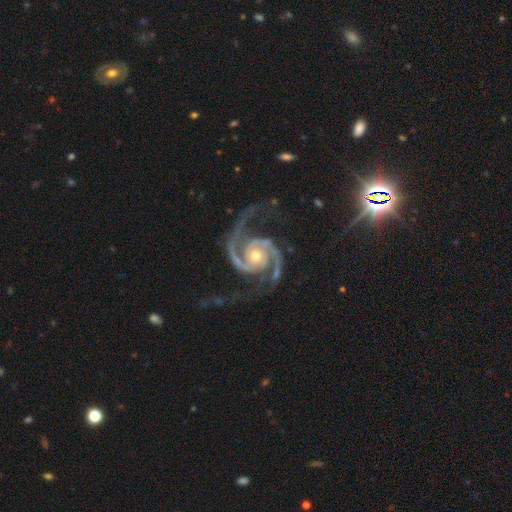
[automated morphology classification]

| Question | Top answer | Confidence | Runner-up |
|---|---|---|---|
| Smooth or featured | featured or disk | 95% | star or artifact (4%) |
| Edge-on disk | no | 98% | yes (2%) |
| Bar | no | 71% | weak (20%) |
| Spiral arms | yes | 99% | no (1%) |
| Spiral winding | medium | 57% | tight (32%) |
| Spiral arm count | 2 | 88% | 3 (6%) |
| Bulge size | moderate | 61% | small (33%) |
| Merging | none | 72% | minor disturbance (16%) |